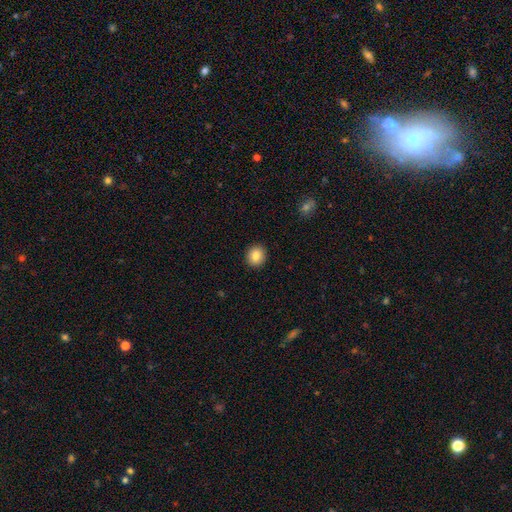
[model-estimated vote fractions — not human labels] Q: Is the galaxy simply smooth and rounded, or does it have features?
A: smooth — 86%.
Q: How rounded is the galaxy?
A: round — 83%.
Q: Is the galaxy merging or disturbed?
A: none — 92%.